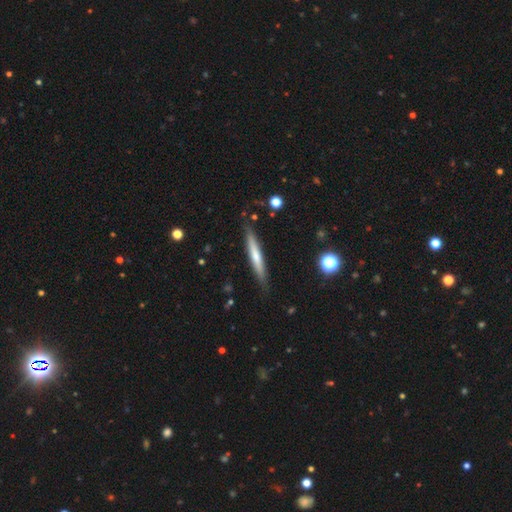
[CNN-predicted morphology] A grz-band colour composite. It shows a smooth galaxy with no disk features (54%) that is cigar-shaped (94%). Merging: none (86%).